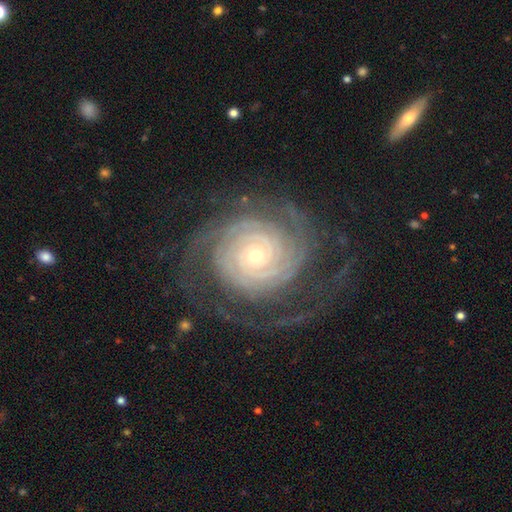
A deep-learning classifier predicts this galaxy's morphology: type=featured or disk (90%); edge-on=no (97%); bar=no (76%); spiral arms=yes (98%); winding=tight (84%); arm count=2 (25%); bulge=small (68%); merging=none (72%).